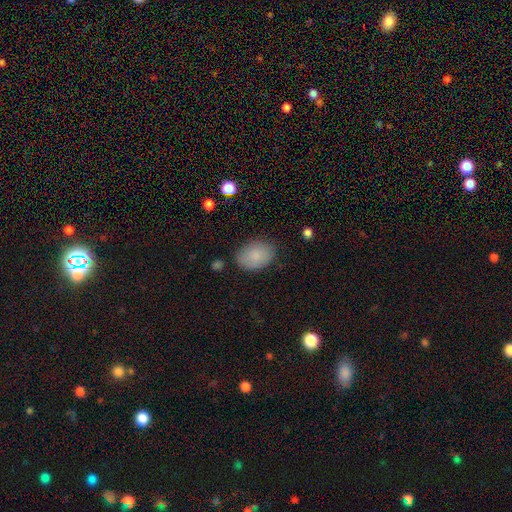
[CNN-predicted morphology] Smooth or featured: smooth — 85% (featured or disk — 8%)
How rounded: in between — 79% (round — 20%)
Merging: none — 81% (minor disturbance — 14%)